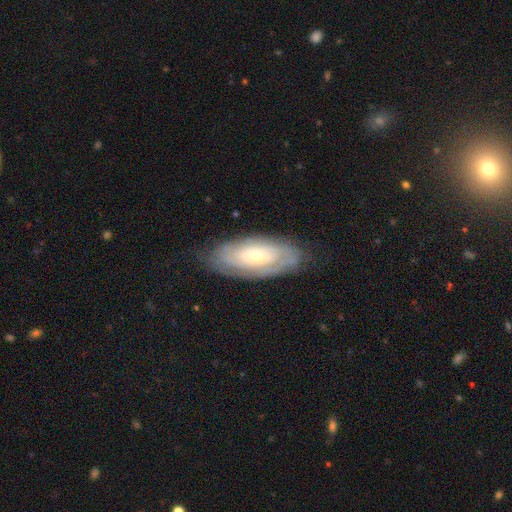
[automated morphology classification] This appears to be a featured or disk galaxy (62%) with no bar (76%), spiral arms (77%) and a small central bulge (61%). Merging: none (76%).